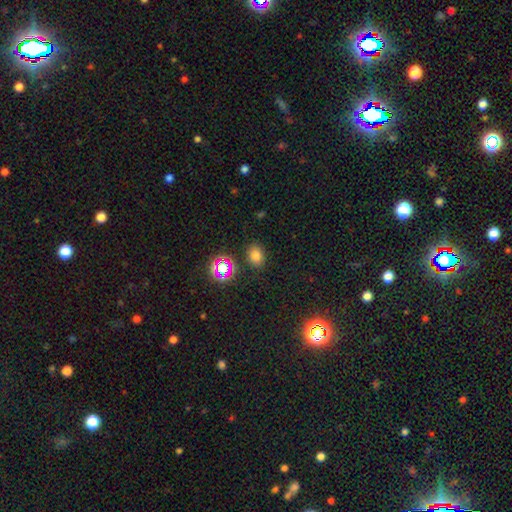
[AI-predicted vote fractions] Smooth or featured? Predicted: smooth (p=0.71). How rounded? Predicted: in between (p=0.61). Merging? Predicted: none (p=0.84).